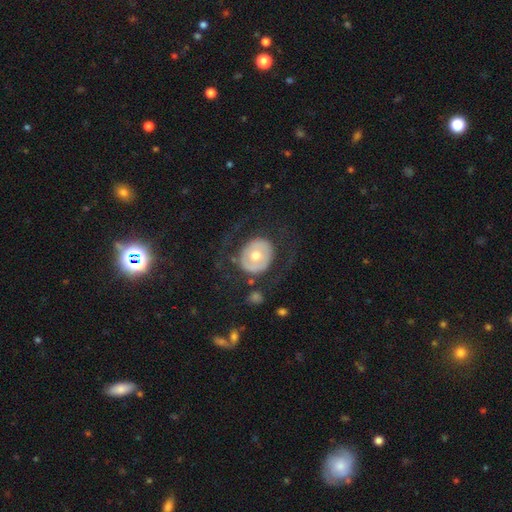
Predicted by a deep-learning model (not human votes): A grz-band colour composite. It shows a featured or disk galaxy (51%). Merging: none (69%).